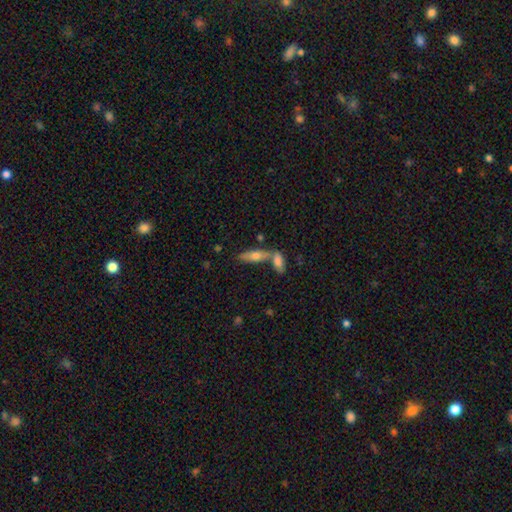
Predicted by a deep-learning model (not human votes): Overall: smooth (54%; featured or disk 37%). How rounded: in between (51%; cigar-shaped 46%). Merging: none (45%; merger 42%).